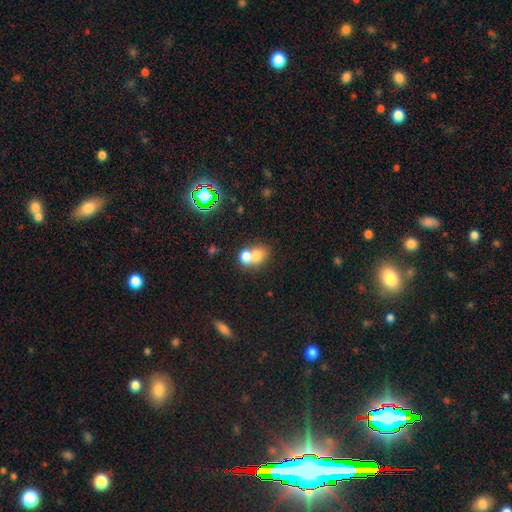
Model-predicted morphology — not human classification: smooth-or-featured: smooth: 71% | featured or disk: 16% | star or artifact: 12%
  how-rounded: round: 51% | in between: 48% | cigar-shaped: 1%
  merging: merger: 66% | none: 25% | minor disturbance: 6% | major disturbance: 3%